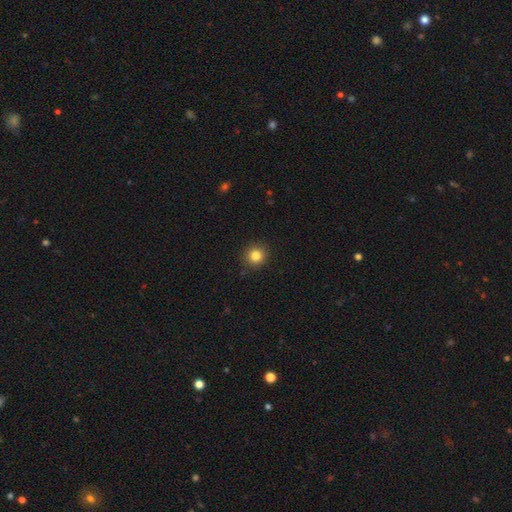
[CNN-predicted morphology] The model was most divided on "smooth or featured": smooth: 83%, star or artifact: 11%, featured or disk: 5%. More confident: how rounded — round (91%); merging — none (90%).